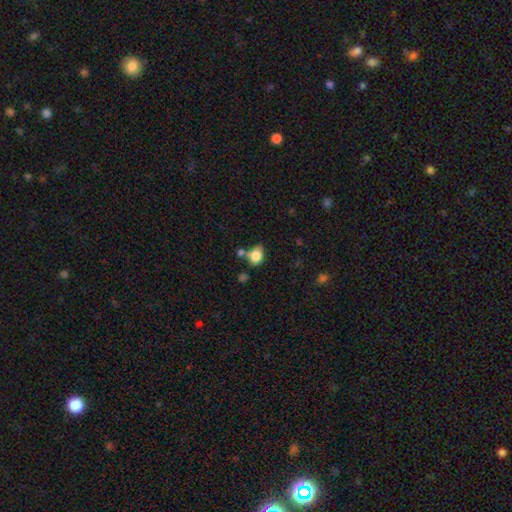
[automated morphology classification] A smooth galaxy with no disk features (82%) that is in between round and cigar-shaped (69%).

Vote fractions:
- Smooth or featured? smooth: 82% / featured or disk: 9% / star or artifact: 9%
- How rounded? in between: 69% / round: 29% / cigar-shaped: 1%
- Merging? none: 55% / minor disturbance: 20% / merger: 19% / major disturbance: 6%